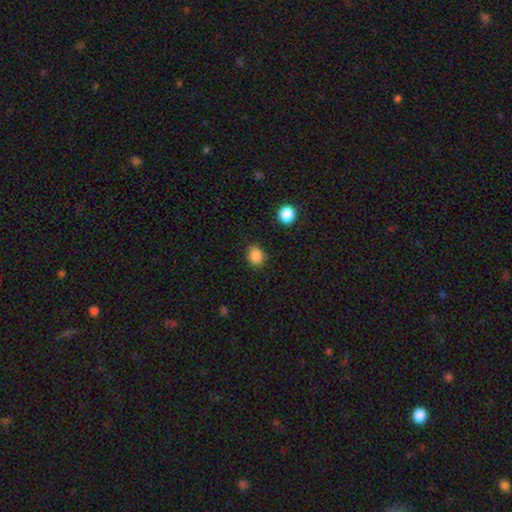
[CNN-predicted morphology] Smooth or featured? Predicted: smooth (p=0.86). How rounded? Predicted: round (p=0.57). Merging? Predicted: none (p=0.85).